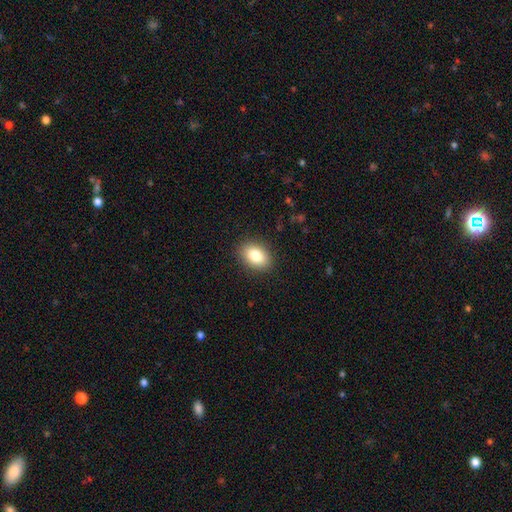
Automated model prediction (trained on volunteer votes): This appears to be a smooth galaxy with no disk features (83%) that is in between round and cigar-shaped (82%). Merging: none (89%).